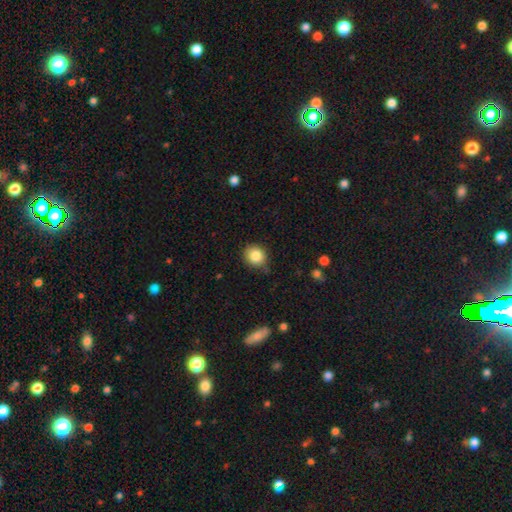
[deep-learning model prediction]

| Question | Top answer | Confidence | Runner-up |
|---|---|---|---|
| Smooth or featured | smooth | 84% | star or artifact (9%) |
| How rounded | round | 77% | in between (22%) |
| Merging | none | 80% | minor disturbance (16%) |